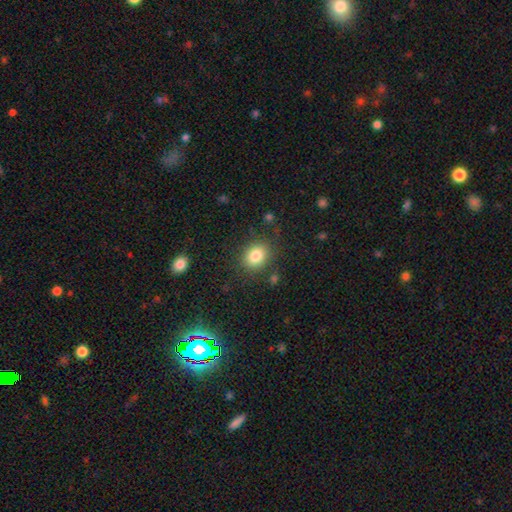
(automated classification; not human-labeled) This is clearly a smooth galaxy (83%). How rounded: possibly in between (50%). Merging: clearly none (82%).